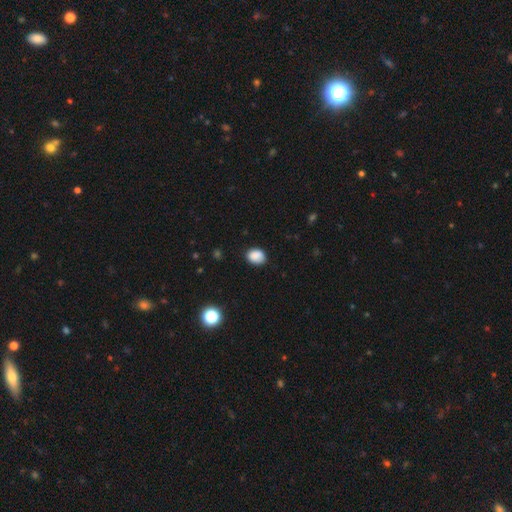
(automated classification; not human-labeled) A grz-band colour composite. It shows a smooth galaxy with no disk features (86%) that is in between round and cigar-shaped (56%). Merging: none (80%).